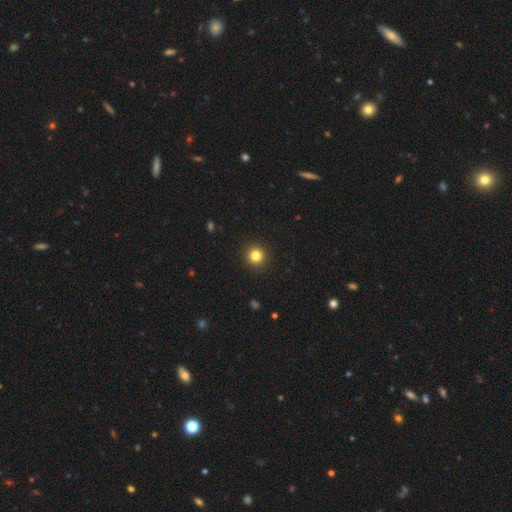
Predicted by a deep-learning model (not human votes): A smooth galaxy with no disk features (82%) that is round (95%).

Vote fractions:
- Smooth or featured? smooth: 82% / star or artifact: 12% / featured or disk: 6%
- How rounded? round: 95% / in between: 4% / cigar-shaped: 1%
- Merging? none: 93% / minor disturbance: 5% / major disturbance: 2% / merger: 1%